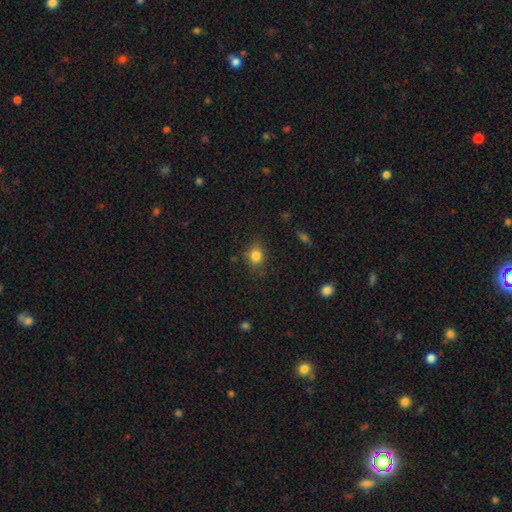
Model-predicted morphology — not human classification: Q: Smooth or featured?
A: smooth (81%); runner-up: star or artifact (12%)
Q: How rounded?
A: round (62%); runner-up: in between (37%)
Q: Merging?
A: none (79%); runner-up: minor disturbance (15%)